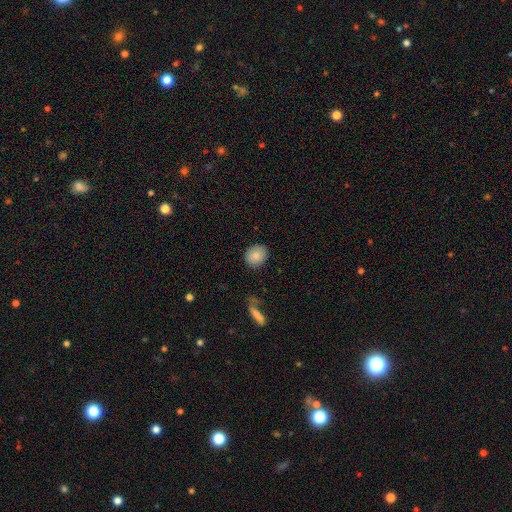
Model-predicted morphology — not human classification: The model was most divided on "how rounded": round: 66%, in between: 32%, cigar-shaped: 1%. More confident: merging — none (86%); smooth or featured — smooth (85%).